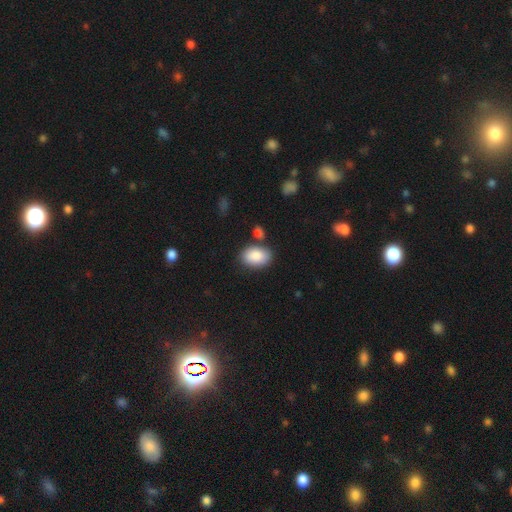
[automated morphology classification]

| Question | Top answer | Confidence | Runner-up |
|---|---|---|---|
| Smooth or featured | smooth | 86% | featured or disk (7%) |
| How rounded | in between | 88% | round (11%) |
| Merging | none | 73% | minor disturbance (13%) |